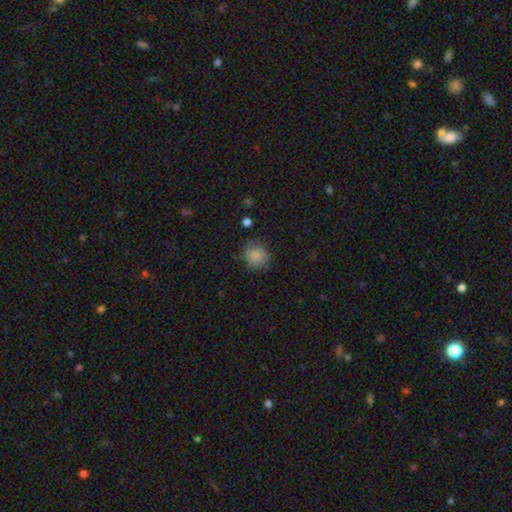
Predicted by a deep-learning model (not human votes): Smooth or featured? smooth (84%)
How rounded? round (85%)
Merging? none (80%)